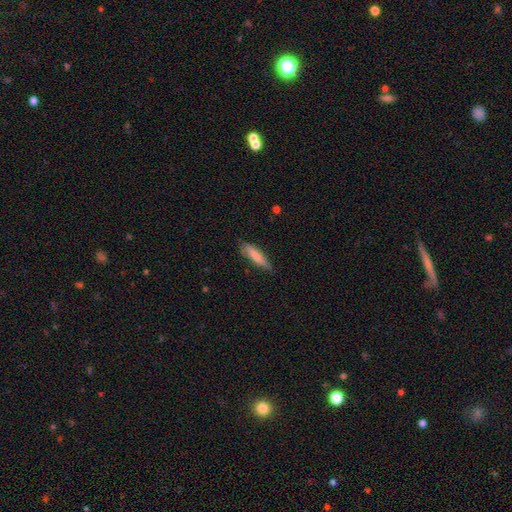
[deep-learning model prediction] Smooth or featured?
  - smooth: 79% *
  - featured or disk: 15%
  - star or artifact: 6%
How rounded?
  - cigar-shaped: 76% *
  - in between: 23%
  - round: 1%
Merging?
  - none: 72% *
  - minor disturbance: 22%
  - major disturbance: 4%
  - merger: 2%